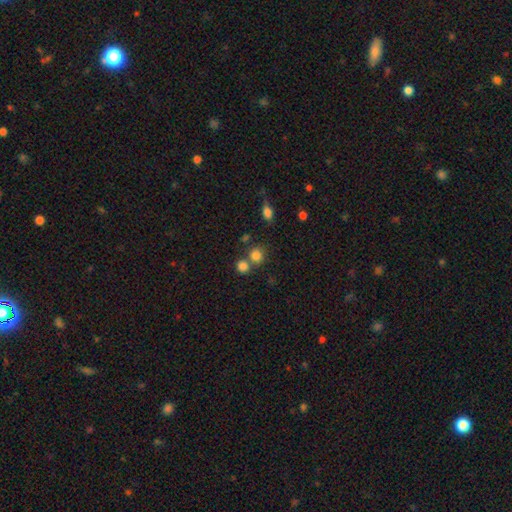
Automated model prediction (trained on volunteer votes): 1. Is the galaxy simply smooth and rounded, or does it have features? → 80% smooth, 13% star or artifact, 7% featured or disk.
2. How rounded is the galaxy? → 86% round, 13% in between, 1% cigar-shaped.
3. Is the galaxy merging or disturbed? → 59% none, 30% merger, 8% minor disturbance, 3% major disturbance.